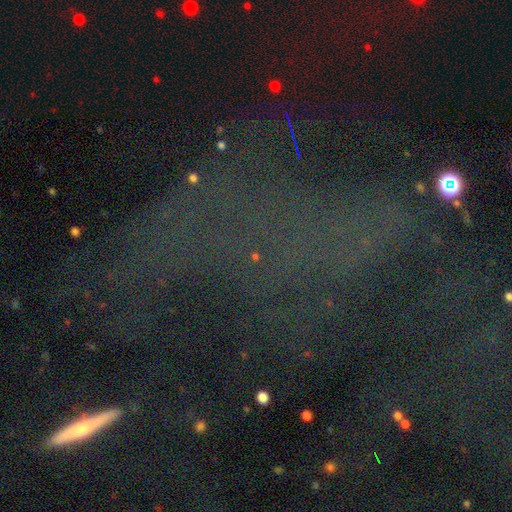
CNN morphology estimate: smooth-or-featured: star or artifact: 65% | featured or disk: 18% | smooth: 17%